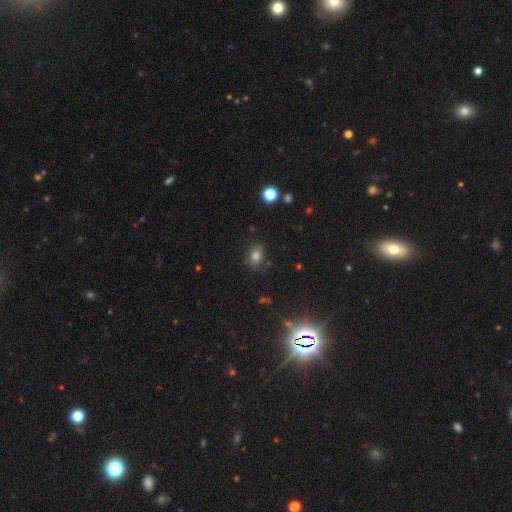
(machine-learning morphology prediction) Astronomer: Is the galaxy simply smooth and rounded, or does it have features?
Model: smooth — 76%.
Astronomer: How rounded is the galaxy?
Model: in between — 68%.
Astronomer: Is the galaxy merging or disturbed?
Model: none — 76%.